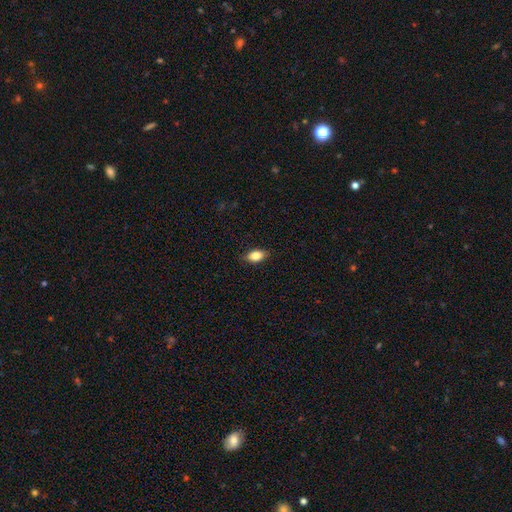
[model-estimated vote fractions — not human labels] Overall: smooth (83%). How rounded: in between (87%). Merging: none (86%).